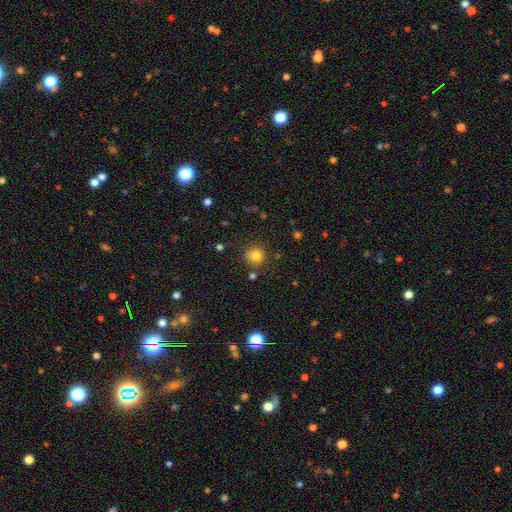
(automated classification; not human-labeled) Smooth or featured: smooth — 81% (star or artifact — 13%)
How rounded: round — 91% (in between — 8%)
Merging: none — 83% (minor disturbance — 10%)